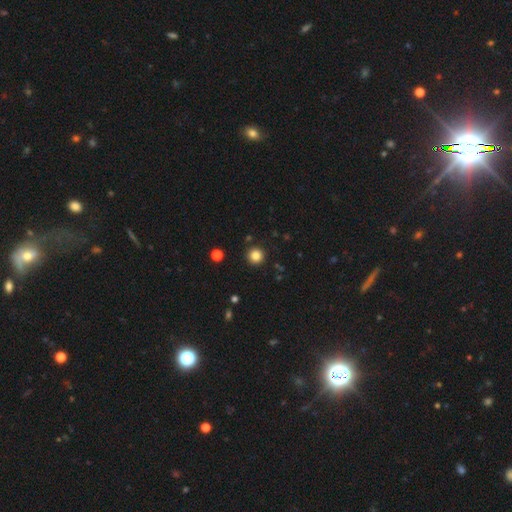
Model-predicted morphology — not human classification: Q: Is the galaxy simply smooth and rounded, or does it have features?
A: smooth — 84%.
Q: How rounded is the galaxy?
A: round — 96%.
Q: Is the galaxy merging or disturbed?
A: none — 92%.